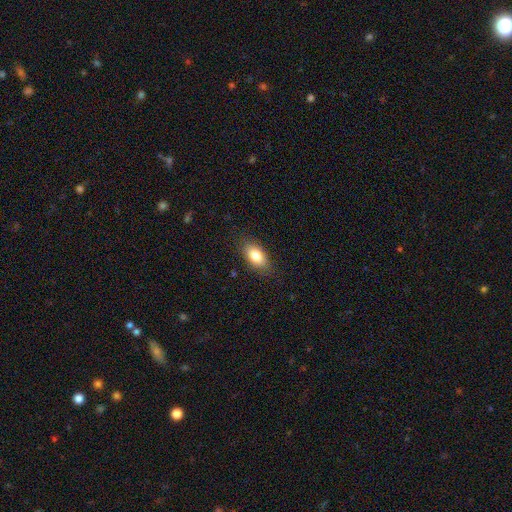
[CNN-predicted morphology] smooth-or-featured: smooth: 82% | featured or disk: 11% | star or artifact: 7%
  how-rounded: in between: 90% | round: 6% | cigar-shaped: 4%
  merging: none: 85% | minor disturbance: 12% | major disturbance: 3% | merger: 1%